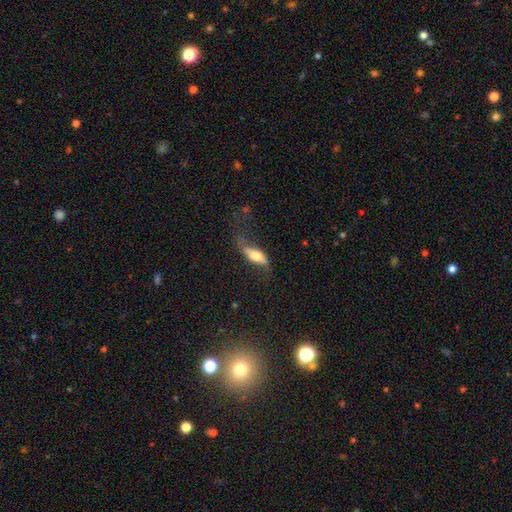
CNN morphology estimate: smooth 56%, featured or disk 37%, star or artifact 7%. Down the decision tree: how rounded — in between (65%); merging — none (37%).